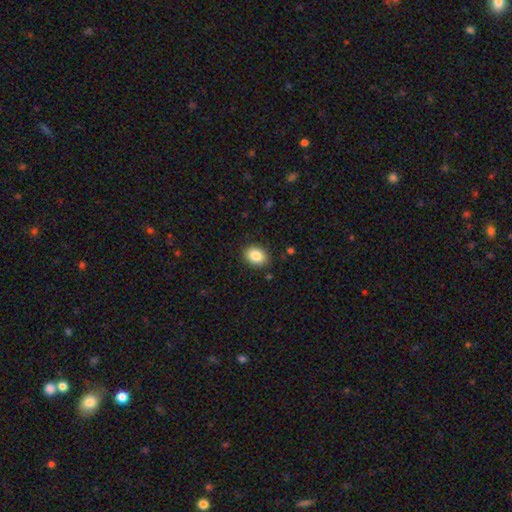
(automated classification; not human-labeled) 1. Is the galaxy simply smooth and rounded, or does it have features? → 85% smooth, 9% star or artifact, 7% featured or disk.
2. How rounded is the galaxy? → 66% in between, 33% round, 1% cigar-shaped.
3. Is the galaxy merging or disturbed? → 88% none, 9% minor disturbance, 2% major disturbance, 1% merger.